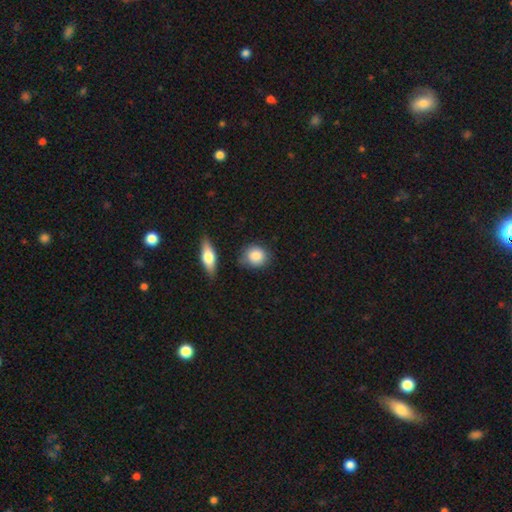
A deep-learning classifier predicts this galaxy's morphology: Smooth or featured? smooth (85%)
How rounded? round (77%)
Merging? none (75%)